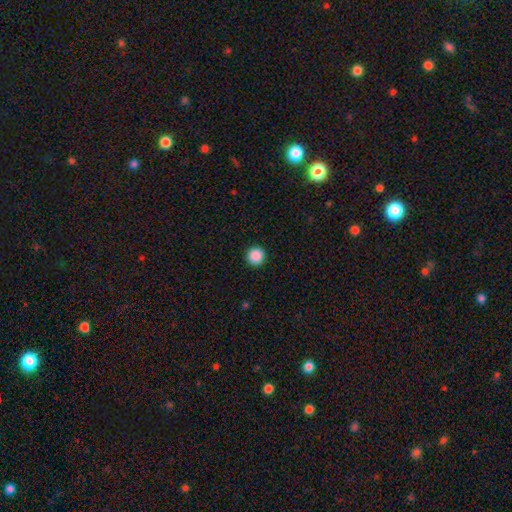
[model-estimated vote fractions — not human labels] Morphology: type=smooth (89%); roundness=round (96%); merging=none (93%).